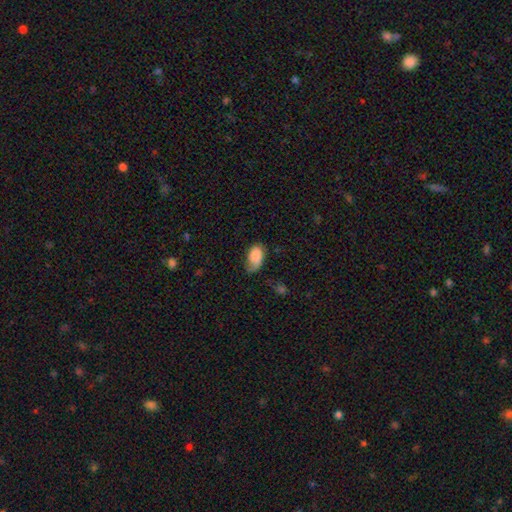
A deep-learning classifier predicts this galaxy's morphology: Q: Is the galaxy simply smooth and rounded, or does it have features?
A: smooth — 75%.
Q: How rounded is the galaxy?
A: in between — 92%.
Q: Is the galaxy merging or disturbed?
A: none — 42%.